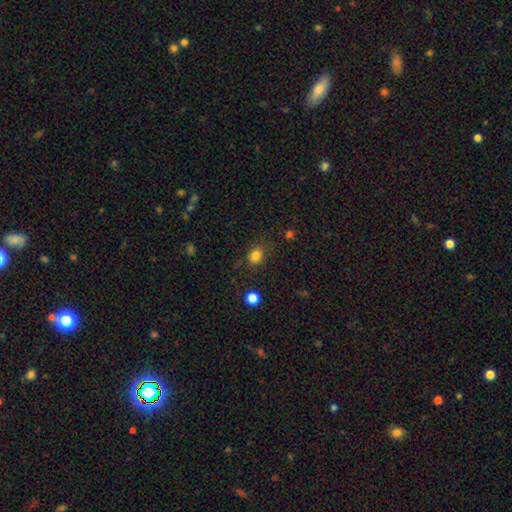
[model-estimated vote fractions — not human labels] This is clearly a smooth galaxy (82%). How rounded: likely round (64%). Merging: likely none (77%).